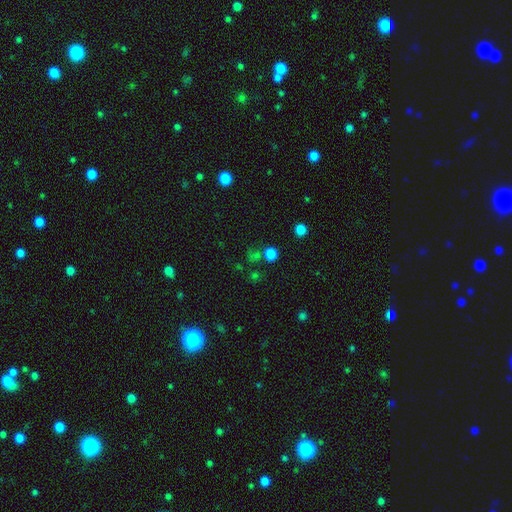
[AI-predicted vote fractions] A smooth galaxy with no disk features (55%) that is round (84%).

Vote fractions:
- Smooth or featured? smooth: 55% / star or artifact: 37% / featured or disk: 7%
- How rounded? round: 84% / in between: 15% / cigar-shaped: 1%
- Merging? none: 69% / merger: 15% / minor disturbance: 10% / major disturbance: 6%